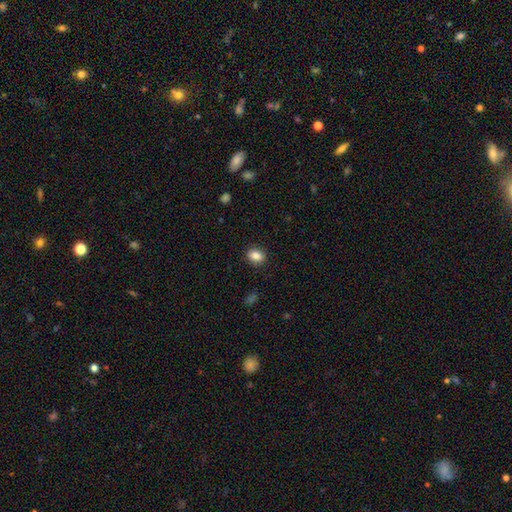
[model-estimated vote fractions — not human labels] Smooth or featured? smooth (87%)
How rounded? in between (60%)
Merging? none (89%)